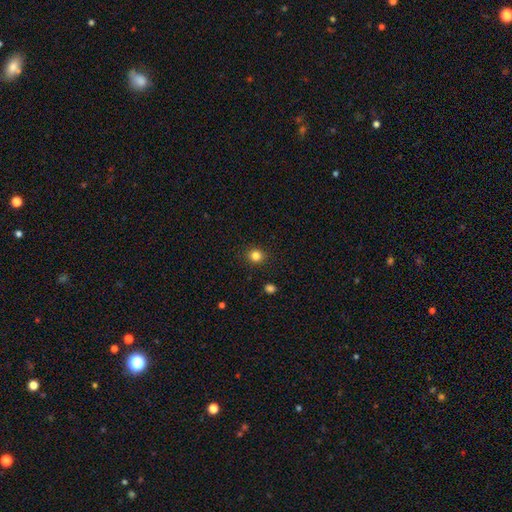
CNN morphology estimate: A smooth galaxy with no disk features (83%) that is round (85%). Merging: none (91%).